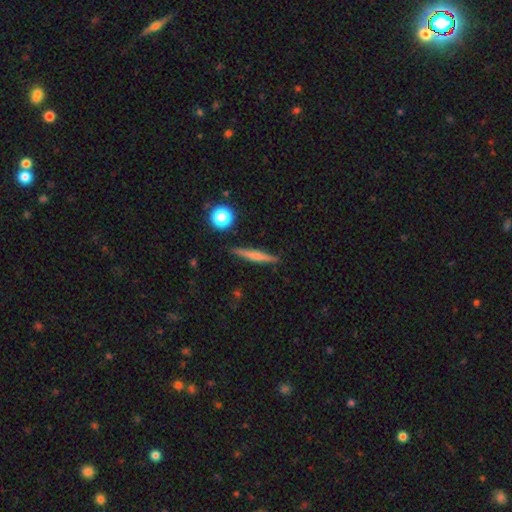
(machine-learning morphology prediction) A smooth galaxy with no disk features (52%) that is cigar-shaped (91%).

Vote fractions:
- Smooth or featured? smooth: 52% / featured or disk: 40% / star or artifact: 8%
- How rounded? cigar-shaped: 91% / in between: 6% / round: 4%
- Merging? none: 88% / minor disturbance: 8% / major disturbance: 2% / merger: 2%